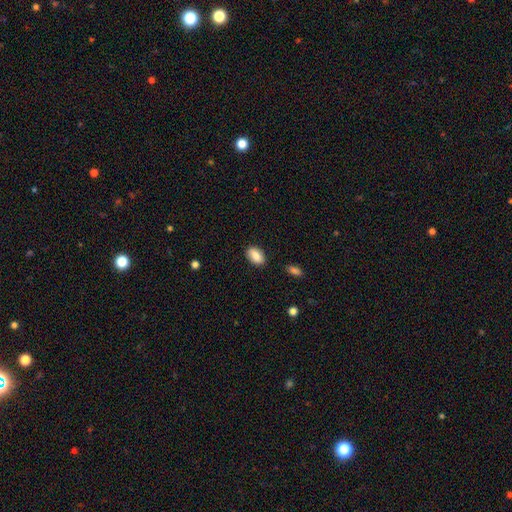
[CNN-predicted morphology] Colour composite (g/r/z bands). It shows a smooth galaxy with no disk features (86%) that is in between round and cigar-shaped (90%). Merging: none (85%).